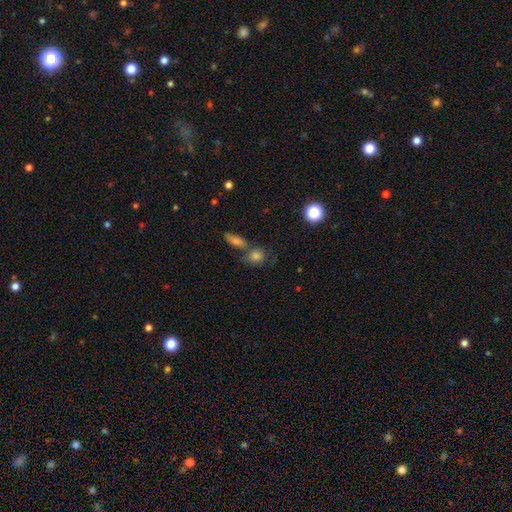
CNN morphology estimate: The model was most divided on "merging": none: 51%, merger: 31%, minor disturbance: 12%, major disturbance: 6%. More confident: how rounded — round (73%); smooth or featured — smooth (71%).